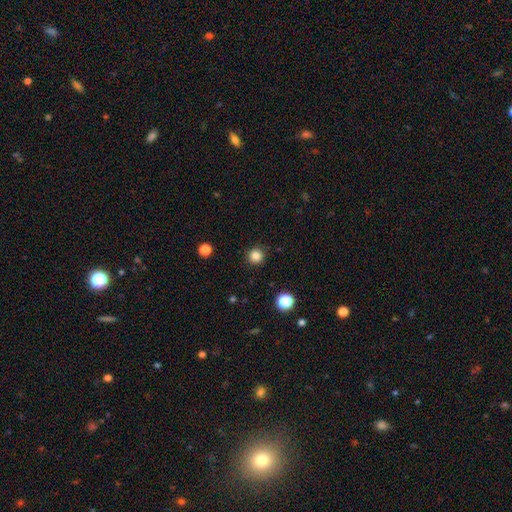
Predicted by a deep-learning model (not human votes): A smooth galaxy with no disk features (83%) that is round (95%).

Vote fractions:
- Smooth or featured? smooth: 83% / star or artifact: 12% / featured or disk: 4%
- How rounded? round: 95% / in between: 4% / cigar-shaped: 1%
- Merging? none: 92% / minor disturbance: 5% / major disturbance: 2% / merger: 1%